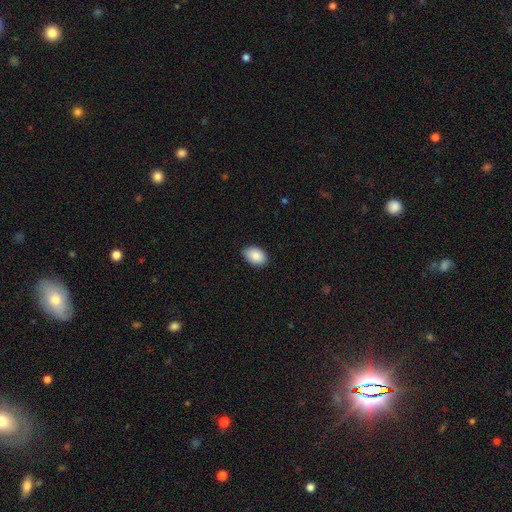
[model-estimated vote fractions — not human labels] Smooth or featured: smooth — 87% (star or artifact — 7%)
How rounded: in between — 86% (round — 13%)
Merging: none — 81% (minor disturbance — 16%)